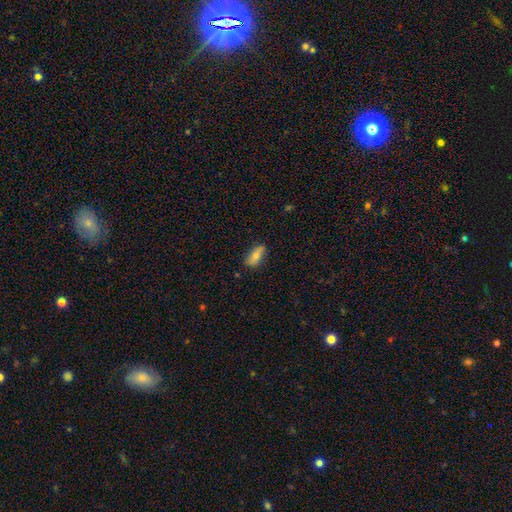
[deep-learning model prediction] Q: Smooth or featured?
A: smooth (70%); runner-up: featured or disk (24%)
Q: How rounded?
A: in between (82%); runner-up: cigar-shaped (15%)
Q: Merging?
A: none (81%); runner-up: minor disturbance (15%)